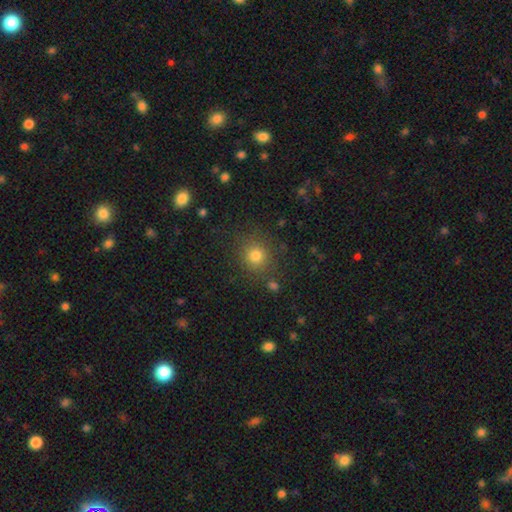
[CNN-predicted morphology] smooth-or-featured: smooth: 78% | star or artifact: 15% | featured or disk: 7%
  how-rounded: round: 89% | in between: 10% | cigar-shaped: 1%
  merging: none: 83% | minor disturbance: 9% | major disturbance: 4% | merger: 3%